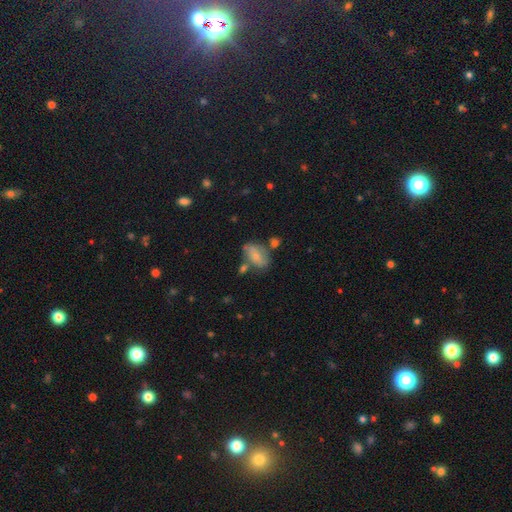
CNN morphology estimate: A smooth galaxy with no disk features (59%) that is in between round and cigar-shaped (84%). Merging: none (55%).